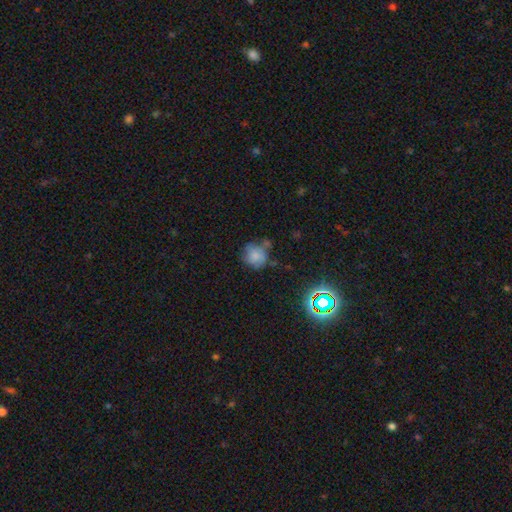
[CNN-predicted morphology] A smooth galaxy with no disk features (64%) that is round (84%). Merging: none (50%).